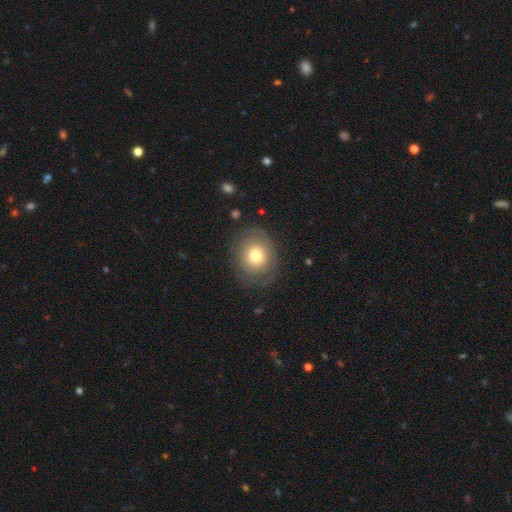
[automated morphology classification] Overall: smooth (68%). How rounded: round (73%). Merging: none (78%).